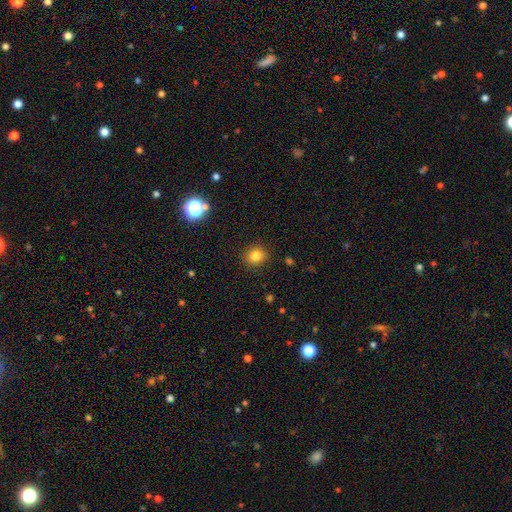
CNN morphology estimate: smooth_or_featured: smooth (p=0.81) [alt: star or artifact p=0.13]
how_rounded: round (p=0.81) [alt: in between p=0.19]
merging: none (p=0.90) [alt: minor disturbance p=0.07]